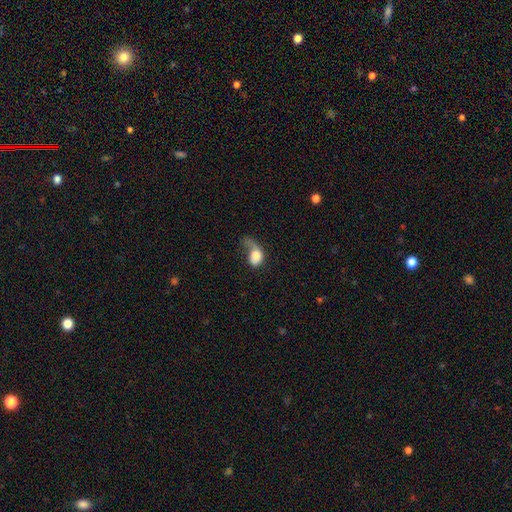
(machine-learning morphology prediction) smooth-or-featured: smooth: 68% | featured or disk: 24% | star or artifact: 7%
  how-rounded: in between: 70% | round: 28% | cigar-shaped: 2%
  merging: major disturbance: 56% | minor disturbance: 19% | none: 17% | merger: 8%